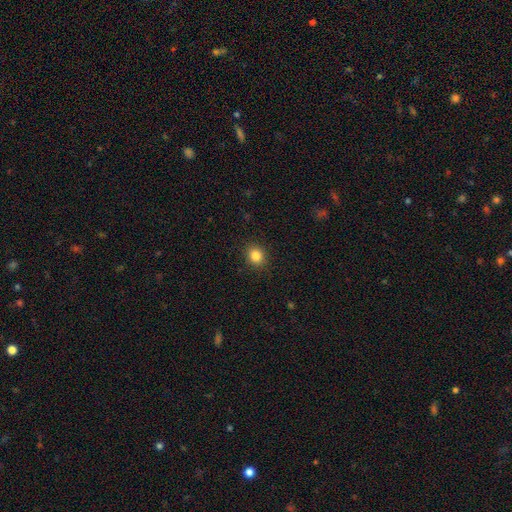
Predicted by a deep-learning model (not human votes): Overall: smooth (84%). How rounded: round (74%). Merging: none (89%).